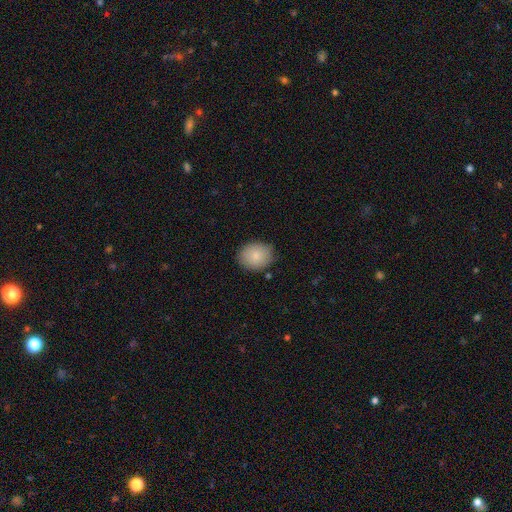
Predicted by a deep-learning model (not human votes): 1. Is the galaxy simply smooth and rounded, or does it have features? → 84% smooth, 9% featured or disk, 7% star or artifact.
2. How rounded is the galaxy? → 53% round, 46% in between, 1% cigar-shaped.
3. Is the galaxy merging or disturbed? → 82% none, 14% minor disturbance, 3% major disturbance, 2% merger.